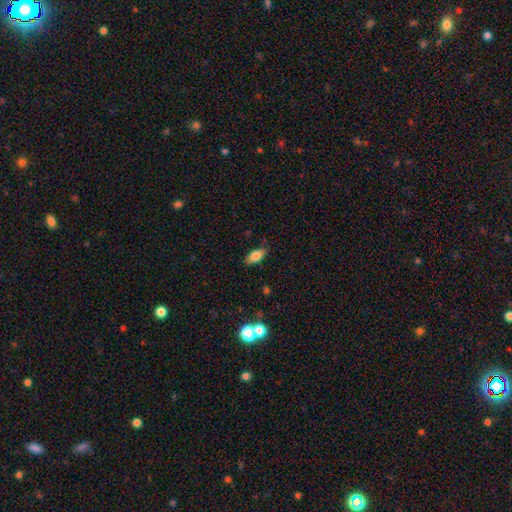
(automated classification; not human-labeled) smooth_or_featured: smooth (p=0.81) [alt: featured or disk p=0.11]
how_rounded: in between (p=0.87) [alt: cigar-shaped p=0.10]
merging: none (p=0.85) [alt: minor disturbance p=0.11]